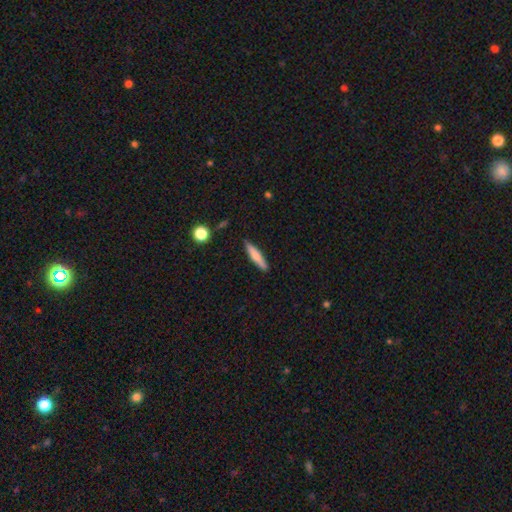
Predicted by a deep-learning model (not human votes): smooth-or-featured: smooth: 67% | featured or disk: 26% | star or artifact: 6%
  how-rounded: cigar-shaped: 87% | in between: 11% | round: 2%
  merging: none: 88% | minor disturbance: 9% | major disturbance: 2% | merger: 2%